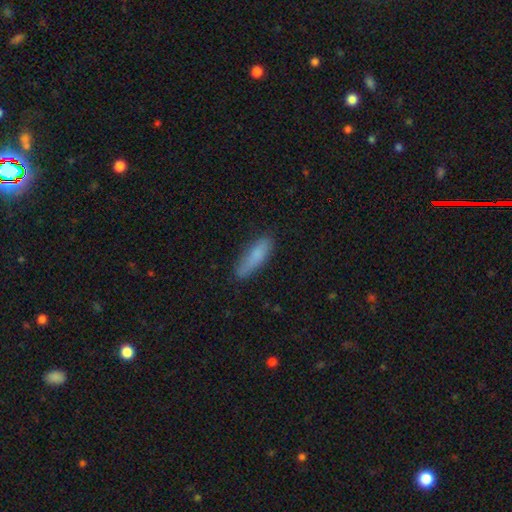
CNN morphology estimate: Smooth or featured: smooth — 82% (featured or disk — 12%)
How rounded: cigar-shaped — 63% (in between — 35%)
Merging: none — 75% (minor disturbance — 19%)